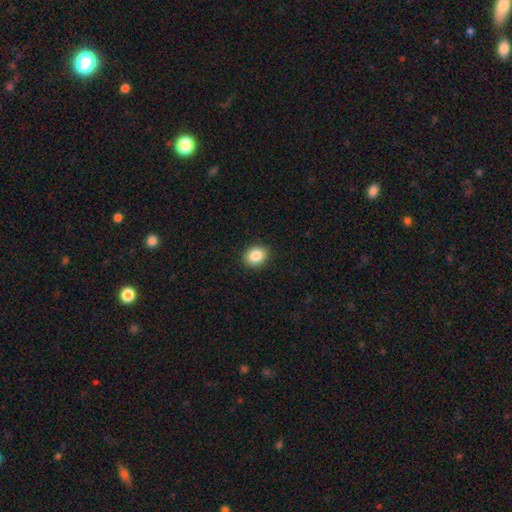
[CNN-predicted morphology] This is clearly a smooth galaxy (86%). How rounded: likely round (64%). Merging: clearly none (91%).